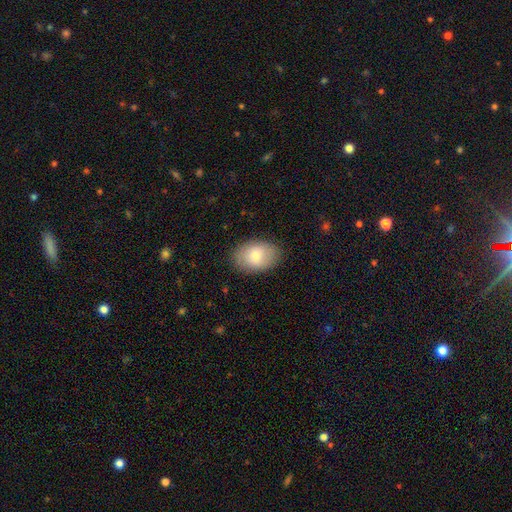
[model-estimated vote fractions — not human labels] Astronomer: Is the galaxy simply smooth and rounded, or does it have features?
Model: smooth — 77%.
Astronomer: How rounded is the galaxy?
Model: in between — 85%.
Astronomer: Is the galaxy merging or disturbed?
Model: none — 85%.